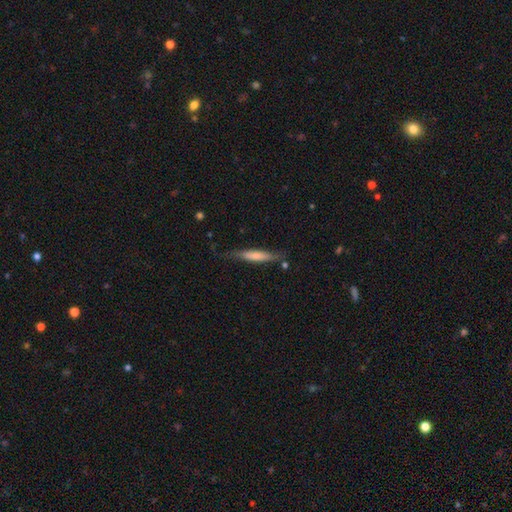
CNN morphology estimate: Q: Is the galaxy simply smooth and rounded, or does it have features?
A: smooth — 60%.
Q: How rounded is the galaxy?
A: cigar-shaped — 88%.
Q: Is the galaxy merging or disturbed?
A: none — 70%.